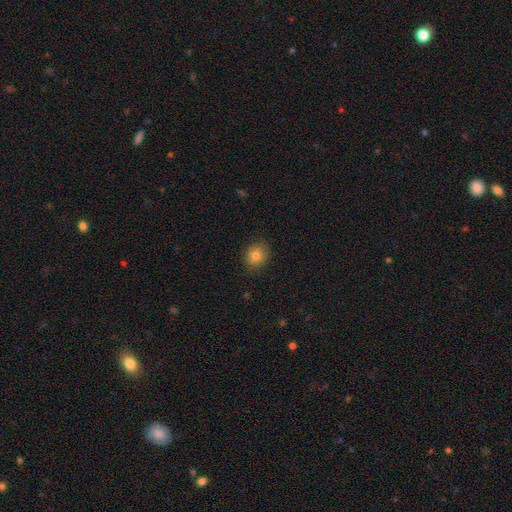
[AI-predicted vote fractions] Smooth or featured?
  - smooth: 79% *
  - star or artifact: 11%
  - featured or disk: 10%
How rounded?
  - round: 60% *
  - in between: 39%
  - cigar-shaped: 1%
Merging?
  - none: 85% *
  - minor disturbance: 12%
  - major disturbance: 3%
  - merger: 1%